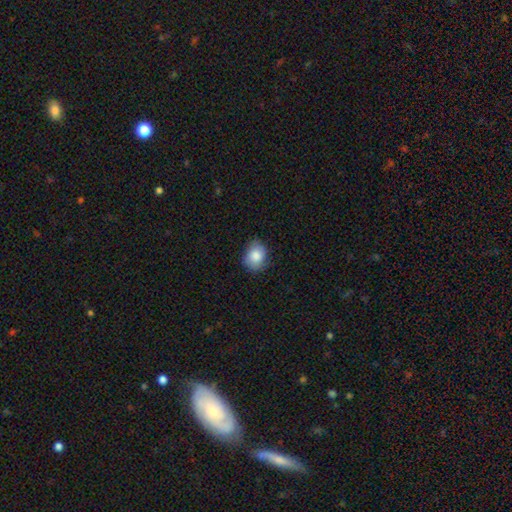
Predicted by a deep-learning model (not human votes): smooth 84%, featured or disk 8%, star or artifact 7%. Down the decision tree: how rounded — round (50%); merging — none (76%).